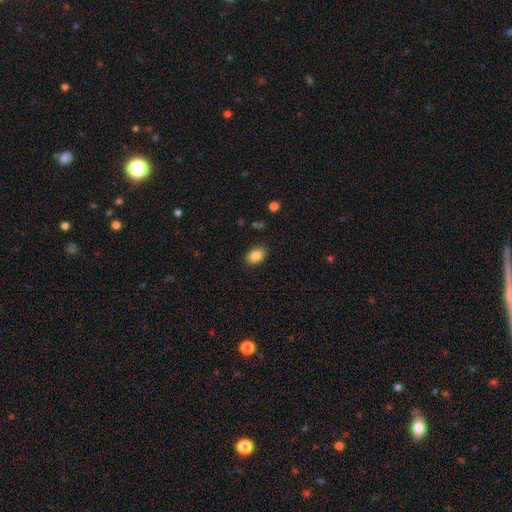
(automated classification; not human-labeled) Smooth or featured: smooth — 86% (star or artifact — 8%)
How rounded: in between — 81% (round — 18%)
Merging: none — 87% (minor disturbance — 9%)